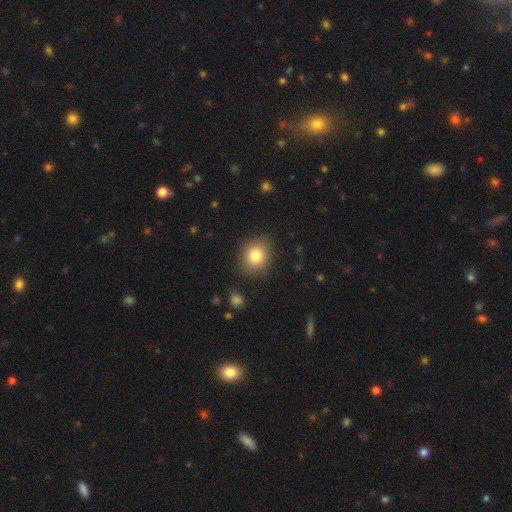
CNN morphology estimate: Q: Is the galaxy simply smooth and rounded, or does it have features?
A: smooth — 82%.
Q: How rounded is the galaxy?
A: round — 72%.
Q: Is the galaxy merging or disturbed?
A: none — 84%.